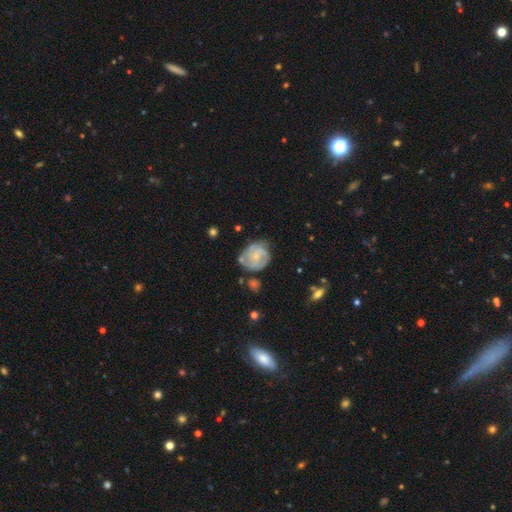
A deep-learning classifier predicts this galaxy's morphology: Smooth or featured?
  - featured or disk: 76% *
  - smooth: 18%
  - star or artifact: 6%
Edge-on disk?
  - no: 98% *
  - yes: 2%
Bar?
  - no: 62% *
  - weak: 33%
  - strong: 5%
Spiral arms?
  - yes: 91% *
  - no: 9%
Spiral winding?
  - tight: 49% *
  - medium: 39%
  - loose: 12%
Spiral arm count?
  - 3: 33% *
  - can't tell: 25%
  - 2: 24%
  - 4: 8%
  - 1: 5%
  - more than 4: 4%
Bulge size?
  - small: 62% *
  - moderate: 21%
  - none: 15%
  - large: 1%
  - dominant: 1%
Merging?
  - none: 63% *
  - minor disturbance: 22%
  - major disturbance: 9%
  - merger: 5%